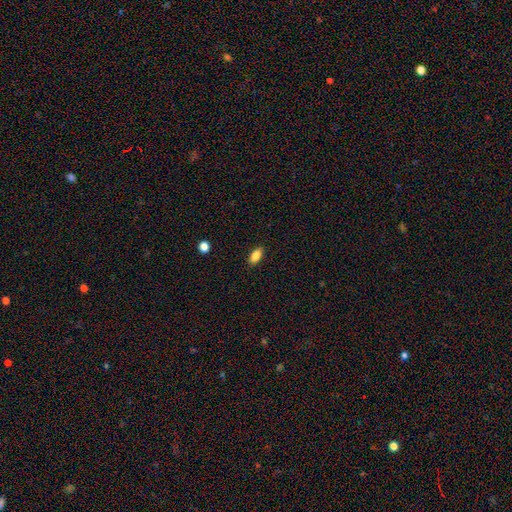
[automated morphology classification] Smooth or featured? smooth (85%)
How rounded? in between (87%)
Merging? none (88%)